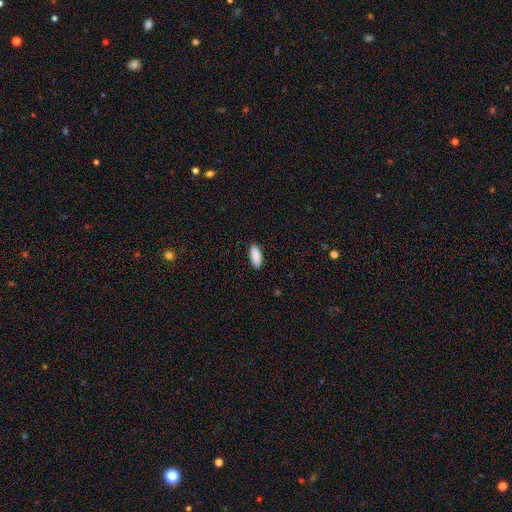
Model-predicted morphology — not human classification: Smooth or featured? Predicted: smooth (p=0.90). How rounded? Predicted: in between (p=0.79). Merging? Predicted: none (p=0.87).